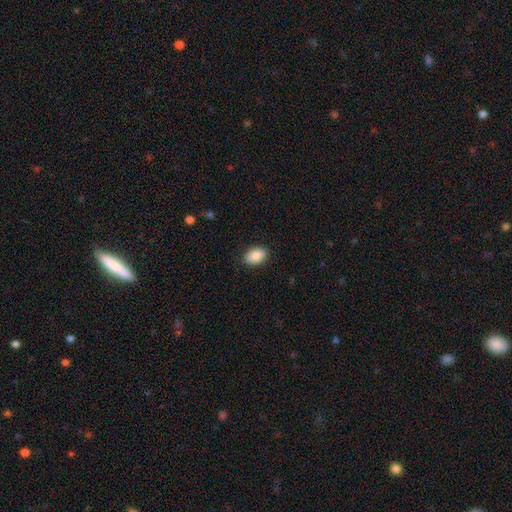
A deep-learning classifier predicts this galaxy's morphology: smooth-or-featured: smooth: 86% | star or artifact: 7% | featured or disk: 7%
  how-rounded: in between: 85% | round: 14% | cigar-shaped: 1%
  merging: none: 88% | minor disturbance: 9% | major disturbance: 2% | merger: 1%